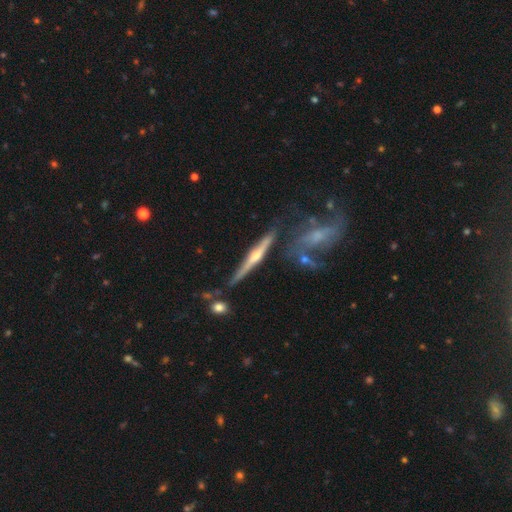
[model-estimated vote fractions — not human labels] smooth-or-featured: featured or disk: 83% | smooth: 11% | star or artifact: 6%
  disk-edge-on: yes: 94% | no: 6%
    edge-on-bulge: rounded: 87% | none: 8% | boxy: 5%
  merging: none: 66% | minor disturbance: 16% | merger: 13% | major disturbance: 6%